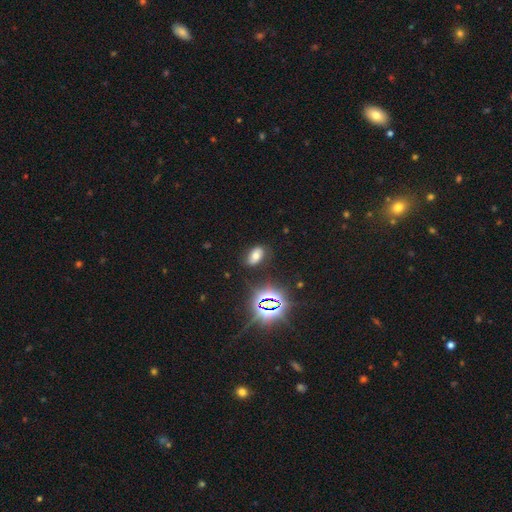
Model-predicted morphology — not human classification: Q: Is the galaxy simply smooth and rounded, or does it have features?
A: smooth — 53%.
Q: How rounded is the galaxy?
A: in between — 88%.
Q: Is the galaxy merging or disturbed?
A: none — 82%.